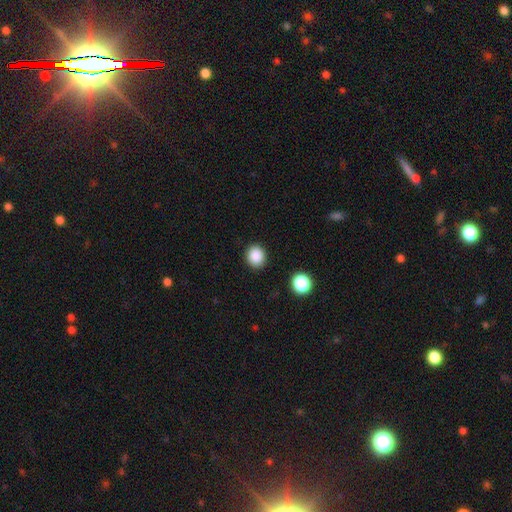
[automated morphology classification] Overall: smooth (87%). How rounded: round (76%). Merging: none (89%).